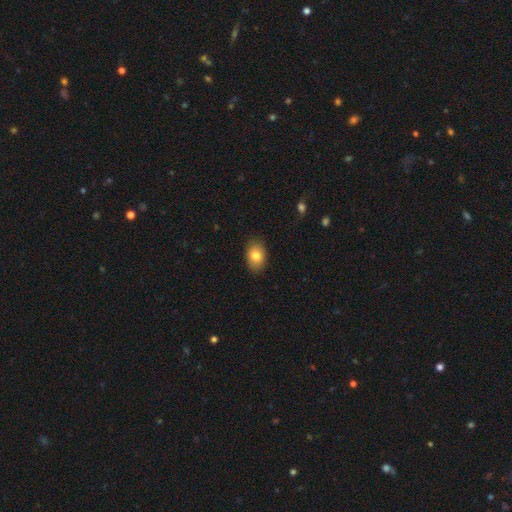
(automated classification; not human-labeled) A smooth galaxy with no disk features (83%) that is in between round and cigar-shaped (81%).

Vote fractions:
- Smooth or featured? smooth: 83% / featured or disk: 8% / star or artifact: 8%
- How rounded? in between: 81% / round: 18% / cigar-shaped: 1%
- Merging? none: 87% / minor disturbance: 10% / major disturbance: 2% / merger: 1%